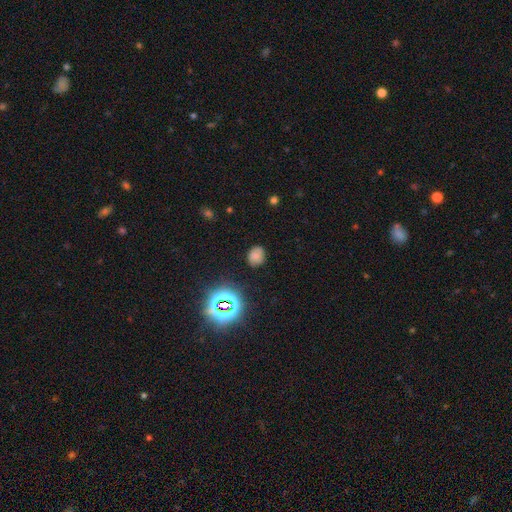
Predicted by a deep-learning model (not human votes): smooth-or-featured: smooth: 68% | star or artifact: 23% | featured or disk: 9%
  how-rounded: round: 57% | in between: 42% | cigar-shaped: 1%
  merging: none: 78% | minor disturbance: 16% | major disturbance: 4% | merger: 2%